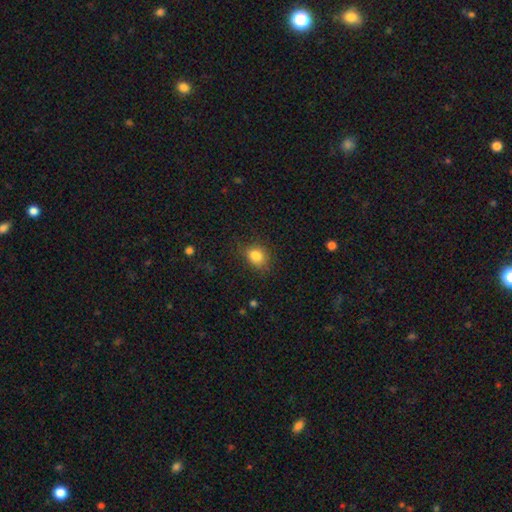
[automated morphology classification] A smooth galaxy with no disk features (83%) that is round (55%).

Vote fractions:
- Smooth or featured? smooth: 83% / star or artifact: 11% / featured or disk: 6%
- How rounded? round: 55% / in between: 44% / cigar-shaped: 1%
- Merging? none: 76% / minor disturbance: 18% / major disturbance: 5% / merger: 1%